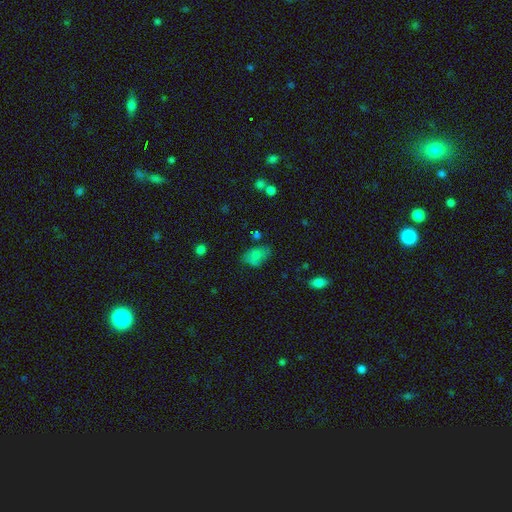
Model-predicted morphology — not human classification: Smooth or featured?
  - smooth: 76% *
  - star or artifact: 12%
  - featured or disk: 11%
How rounded?
  - in between: 86% *
  - round: 13%
  - cigar-shaped: 2%
Merging?
  - none: 56% *
  - minor disturbance: 27%
  - major disturbance: 12%
  - merger: 6%